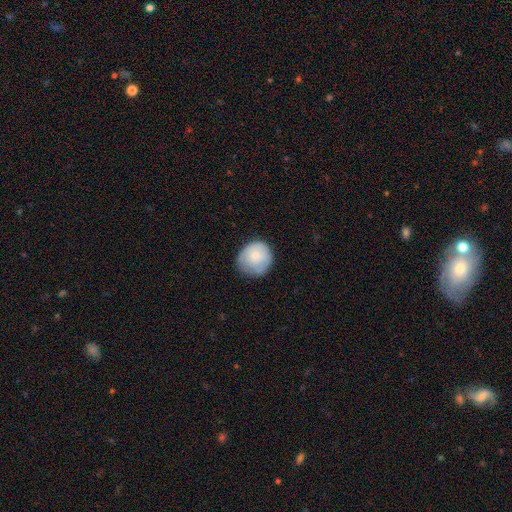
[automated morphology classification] The model was most divided on "merging": none: 69%, minor disturbance: 24%, major disturbance: 6%, merger: 1%. More confident: how rounded — round (85%); smooth or featured — smooth (74%).